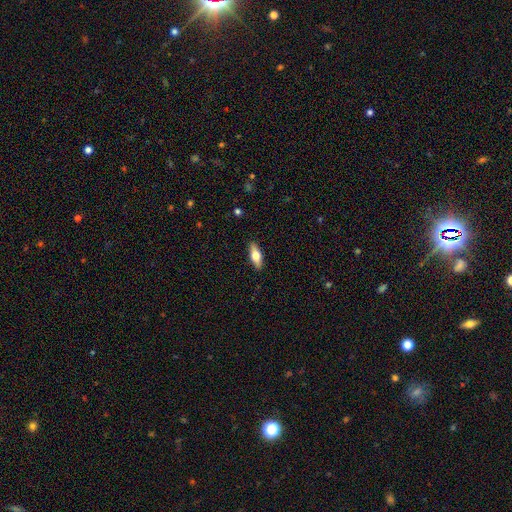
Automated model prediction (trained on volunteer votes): smooth_or_featured: smooth (p=0.53) [alt: featured or disk p=0.40]
how_rounded: in between (p=0.61) [alt: cigar-shaped p=0.36]
merging: none (p=0.90) [alt: minor disturbance p=0.08]